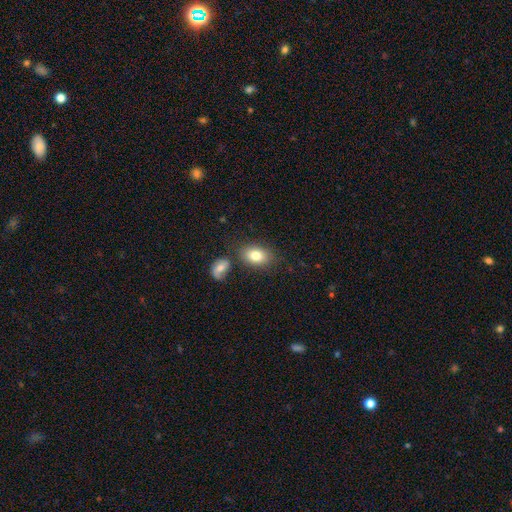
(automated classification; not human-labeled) Smooth or featured?
  - smooth: 79% *
  - featured or disk: 12%
  - star or artifact: 8%
How rounded?
  - in between: 83% *
  - round: 16%
  - cigar-shaped: 1%
Merging?
  - none: 72% *
  - minor disturbance: 13%
  - merger: 11%
  - major disturbance: 4%